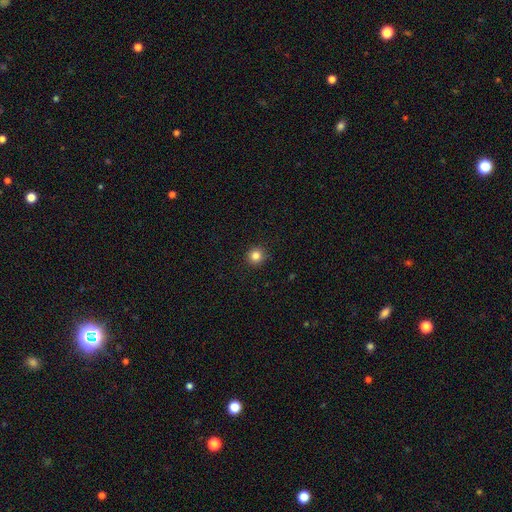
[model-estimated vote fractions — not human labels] This is clearly a smooth galaxy (84%). How rounded: clearly round (94%). Merging: clearly none (92%).